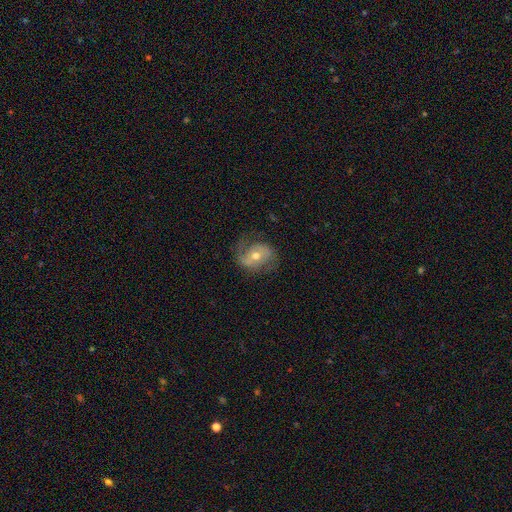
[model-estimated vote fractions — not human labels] This appears to be a featured or disk galaxy (70%) with no bar (53%), 2 (78%) medium (44%) spiral arms (85%) and a moderate central bulge (69%). Merging: none (64%).